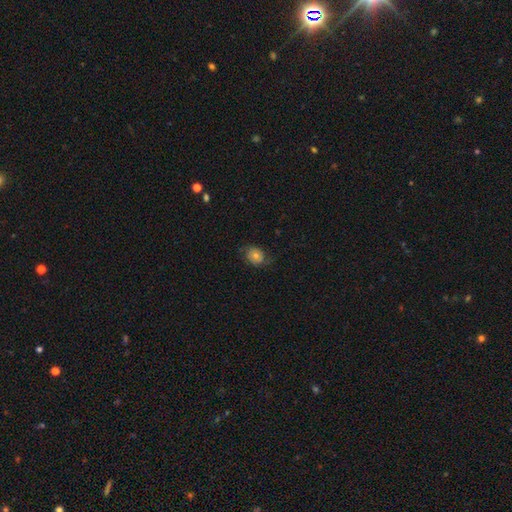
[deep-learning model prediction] Smooth or featured?
  - smooth: 56% *
  - featured or disk: 34%
  - star or artifact: 10%
How rounded?
  - round: 52% *
  - in between: 47%
  - cigar-shaped: 1%
Merging?
  - none: 65% *
  - minor disturbance: 23%
  - major disturbance: 10%
  - merger: 1%